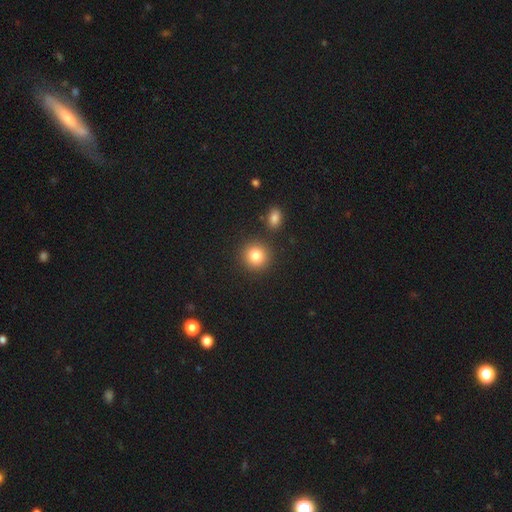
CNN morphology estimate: A smooth galaxy with no disk features (83%) that is round (90%).

Vote fractions:
- Smooth or featured? smooth: 83% / star or artifact: 11% / featured or disk: 7%
- How rounded? round: 90% / in between: 9% / cigar-shaped: 1%
- Merging? none: 86% / minor disturbance: 6% / merger: 5% / major disturbance: 2%